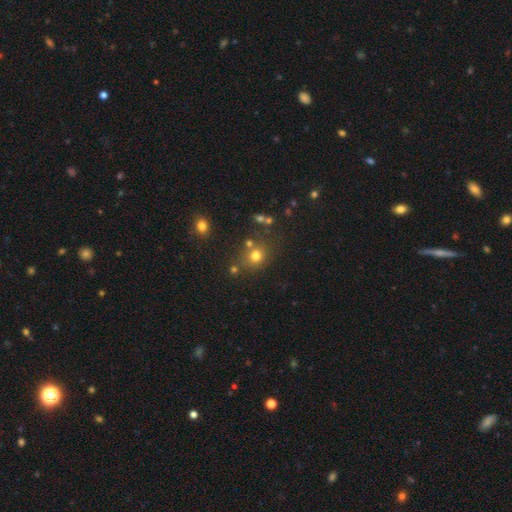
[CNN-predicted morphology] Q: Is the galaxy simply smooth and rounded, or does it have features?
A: smooth — 73%.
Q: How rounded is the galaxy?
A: round — 78%.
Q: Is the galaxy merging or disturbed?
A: none — 69%.